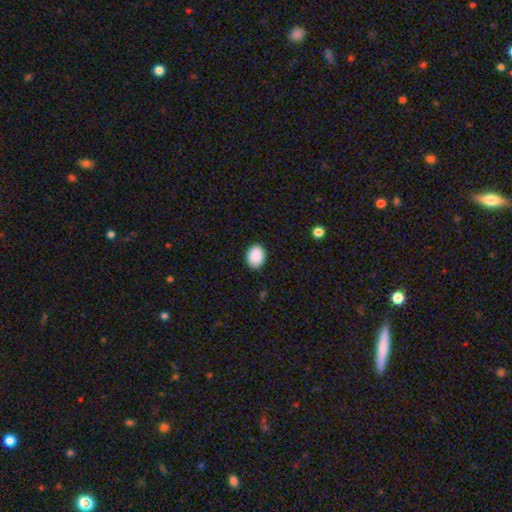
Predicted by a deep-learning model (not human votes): A smooth galaxy with no disk features (90%) that is in between round and cigar-shaped (62%). Merging: none (88%).